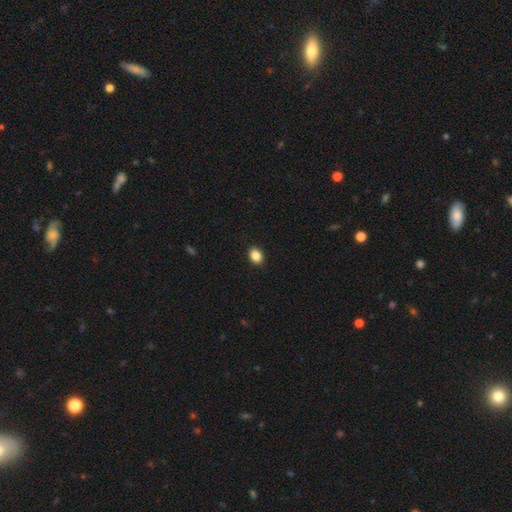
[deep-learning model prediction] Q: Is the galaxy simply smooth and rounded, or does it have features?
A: smooth — 87%.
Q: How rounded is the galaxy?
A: in between — 67%.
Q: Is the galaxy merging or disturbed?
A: none — 91%.